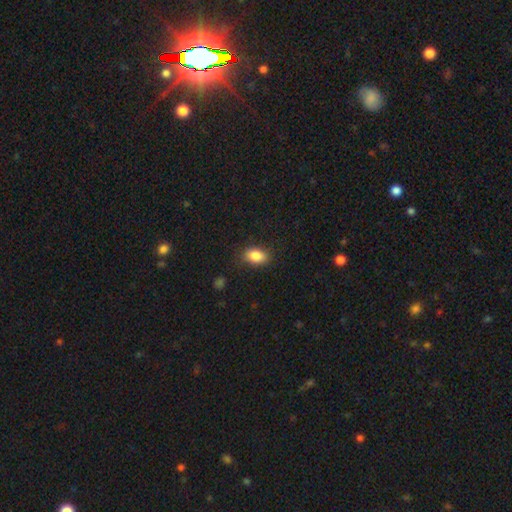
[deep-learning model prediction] Smooth or featured? Predicted: smooth (p=0.86). How rounded? Predicted: in between (p=0.86). Merging? Predicted: none (p=0.84).